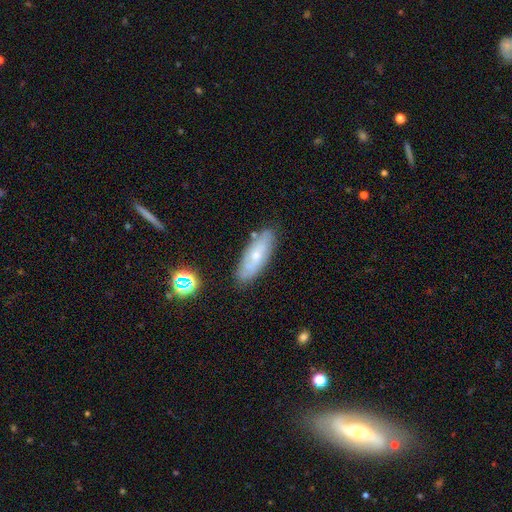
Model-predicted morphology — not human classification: Smooth or featured? Predicted: featured or disk (p=0.46). Merging? Predicted: none (p=0.79).